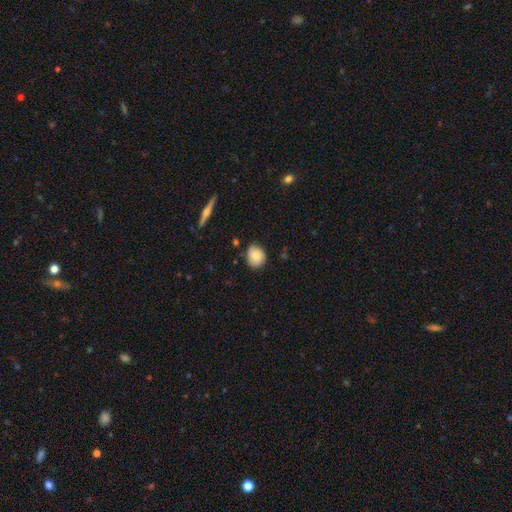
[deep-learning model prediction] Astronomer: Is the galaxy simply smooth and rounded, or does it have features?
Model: smooth — 80%.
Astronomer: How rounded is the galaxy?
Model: round — 65%.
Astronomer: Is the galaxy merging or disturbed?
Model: none — 73%.